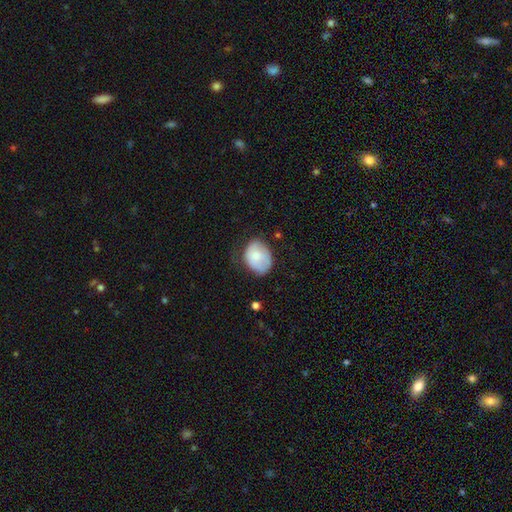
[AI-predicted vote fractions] This appears to be a smooth galaxy with no disk features (72%) that is in between round and cigar-shaped (59%). Merging: none (49%).